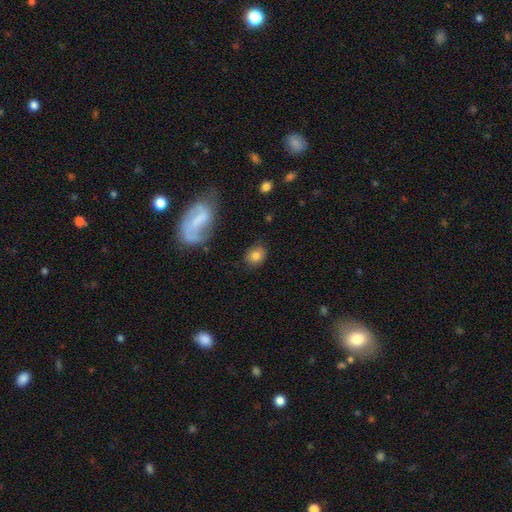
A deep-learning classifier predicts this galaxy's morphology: Smooth or featured? smooth (77%)
How rounded? round (54%)
Merging? none (80%)